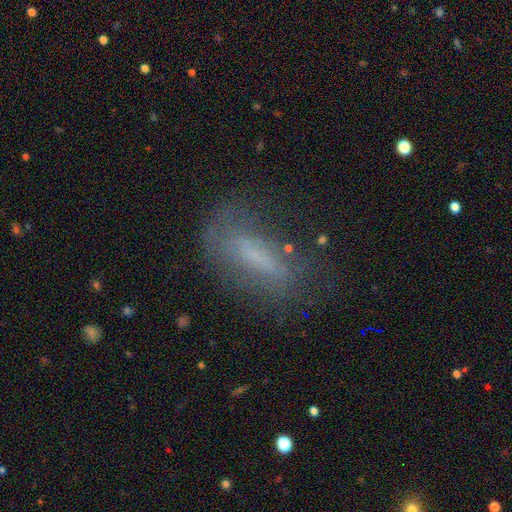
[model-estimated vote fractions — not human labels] Smooth or featured: smooth — 53% (featured or disk — 33%)
How rounded: in between — 48% (tied with cigar-shaped — 48%)
Merging: none — 58% (minor disturbance — 23%)